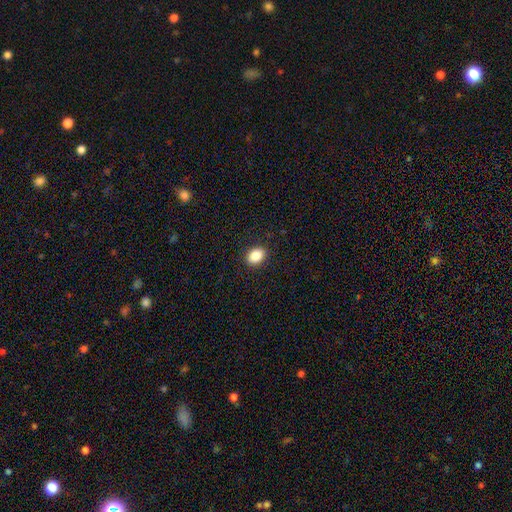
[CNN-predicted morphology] smooth_or_featured: smooth (p=0.86) [alt: star or artifact p=0.09]
how_rounded: in between (p=0.68) [alt: round p=0.31]
merging: none (p=0.90) [alt: minor disturbance p=0.07]